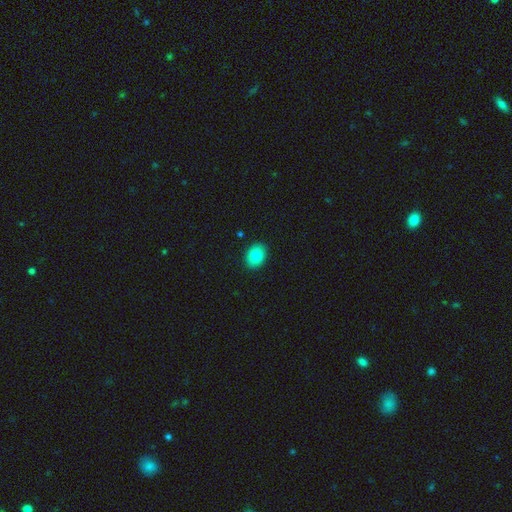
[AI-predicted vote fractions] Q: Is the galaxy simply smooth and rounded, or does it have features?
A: smooth — 82%.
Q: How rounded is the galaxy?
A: in between — 70%.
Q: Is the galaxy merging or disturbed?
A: none — 90%.